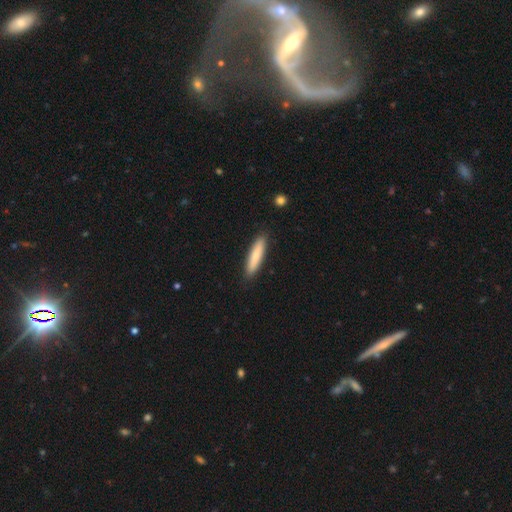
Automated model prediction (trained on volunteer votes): This is clearly a smooth galaxy (80%). How rounded: clearly cigar-shaped (84%). Merging: clearly none (90%).